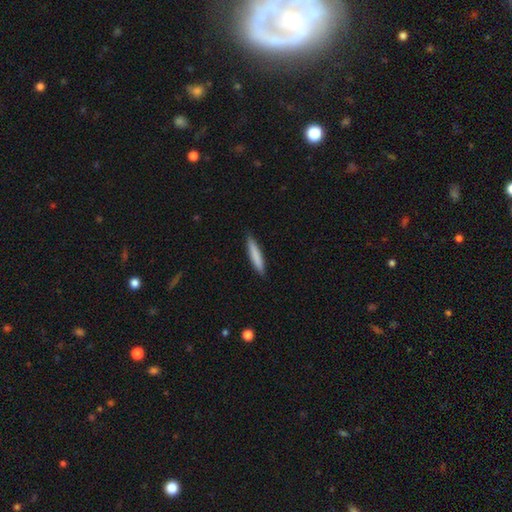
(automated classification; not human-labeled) Smooth or featured? Predicted: smooth (p=0.79). How rounded? Predicted: cigar-shaped (p=0.92). Merging? Predicted: none (p=0.90).